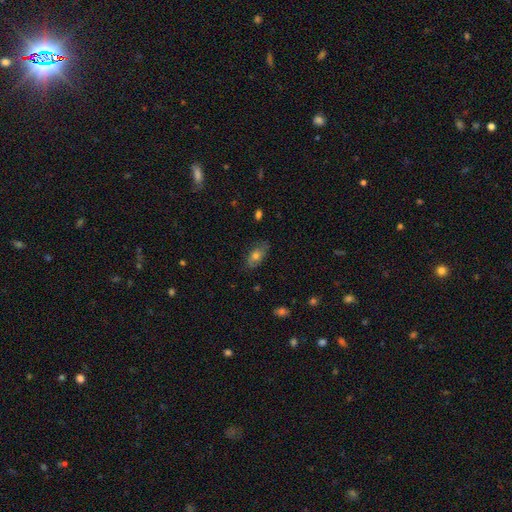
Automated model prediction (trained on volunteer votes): This is likely a smooth galaxy (65%). How rounded: clearly in between (86%). Merging: likely none (77%).